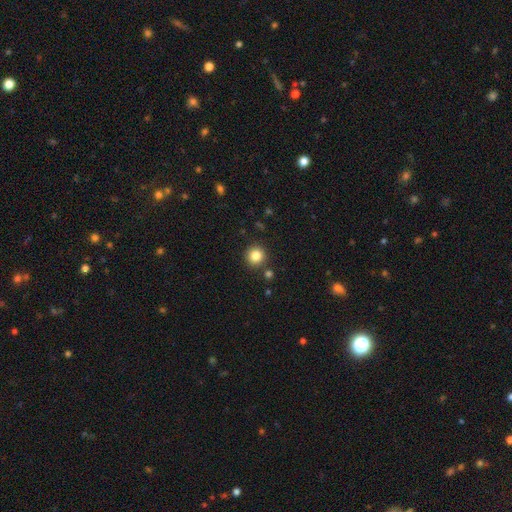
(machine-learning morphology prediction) type=smooth (84%); roundness=round (94%); merging=none (87%).